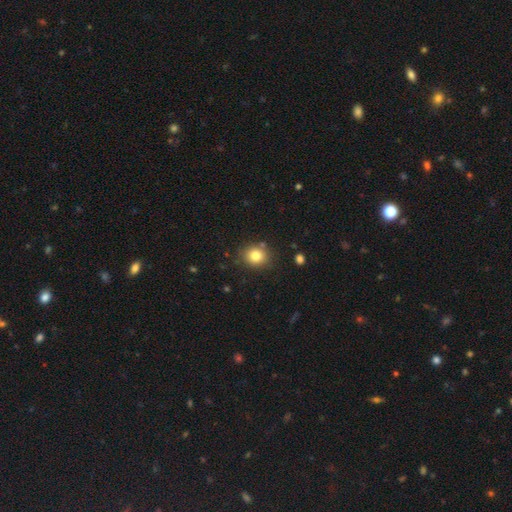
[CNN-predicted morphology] smooth_or_featured: smooth (p=0.81) [alt: star or artifact p=0.11]
how_rounded: round (p=0.77) [alt: in between p=0.22]
merging: none (p=0.82) [alt: minor disturbance p=0.11]